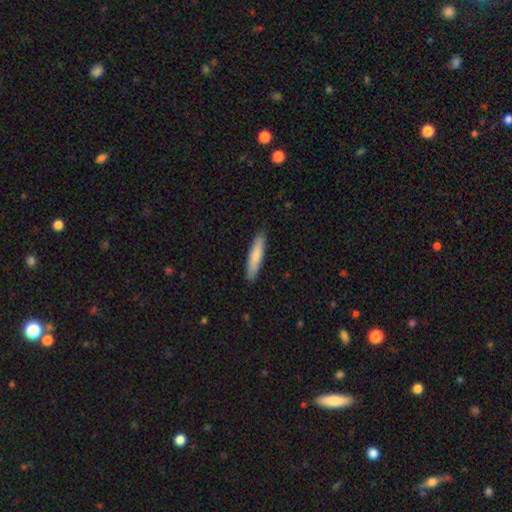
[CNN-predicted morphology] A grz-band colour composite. It shows a smooth galaxy with no disk features (82%) that is cigar-shaped (84%). Merging: none (90%).